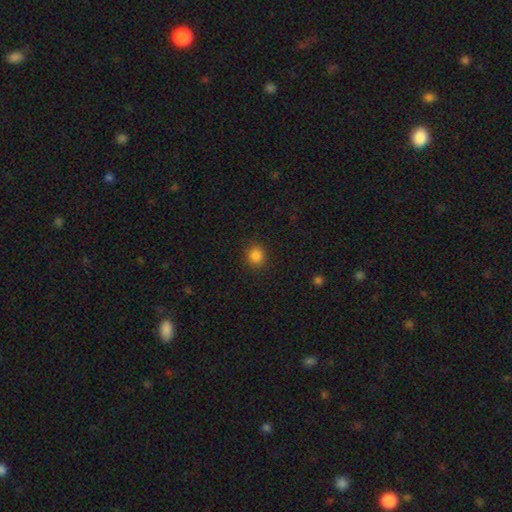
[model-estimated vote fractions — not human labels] Smooth or featured? Predicted: smooth (p=0.85). How rounded? Predicted: round (p=0.89). Merging? Predicted: none (p=0.89).